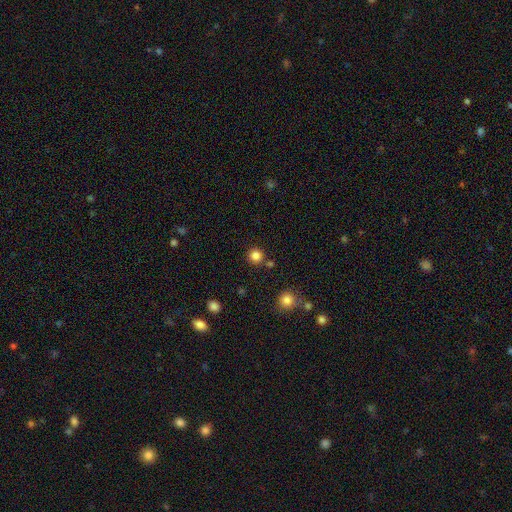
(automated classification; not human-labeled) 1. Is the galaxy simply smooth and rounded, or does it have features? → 83% smooth, 13% star or artifact, 4% featured or disk.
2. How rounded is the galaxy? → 95% round, 4% in between, 1% cigar-shaped.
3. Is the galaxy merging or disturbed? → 85% none, 6% minor disturbance, 6% merger, 2% major disturbance.